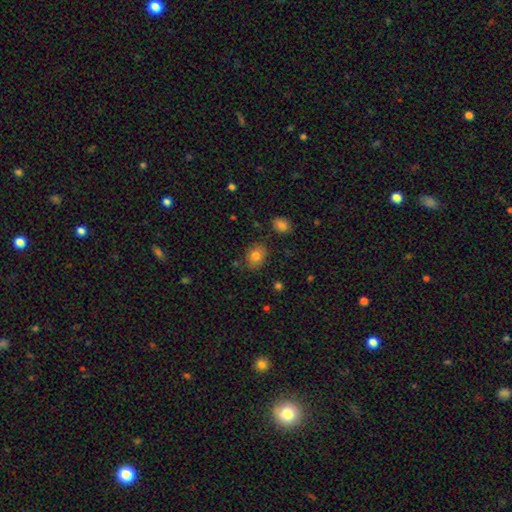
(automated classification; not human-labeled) This is clearly a smooth galaxy (80%). How rounded: possibly in between (57%). Merging: clearly none (81%).